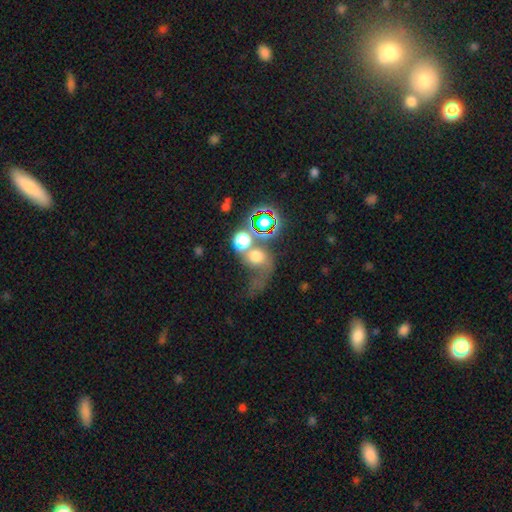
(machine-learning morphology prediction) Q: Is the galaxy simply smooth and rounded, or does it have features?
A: smooth — 49%.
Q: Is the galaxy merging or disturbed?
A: merger — 44%.